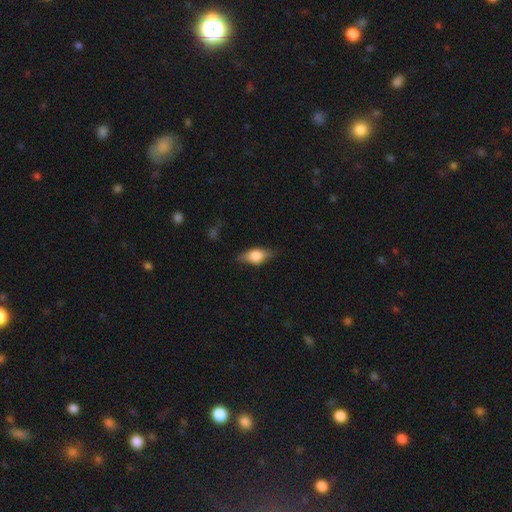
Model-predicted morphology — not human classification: The model was most divided on "smooth or featured": smooth: 61%, featured or disk: 31%, star or artifact: 8%. More confident: how rounded — in between (79%); merging — none (75%).